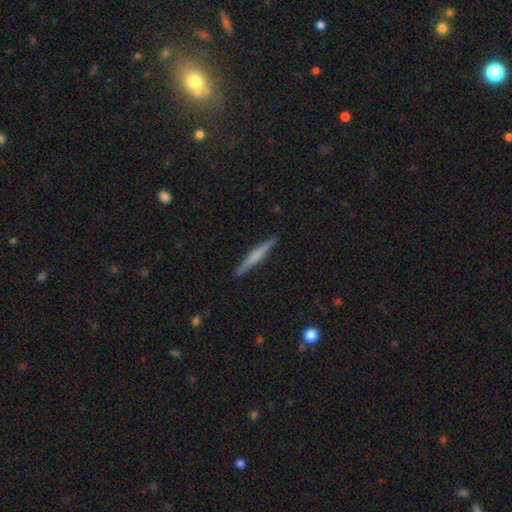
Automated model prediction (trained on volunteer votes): A featured or disk galaxy (51%) viewed edge-on (98%) with no central bulge (46%).

Vote fractions:
- Smooth or featured? featured or disk: 51% / smooth: 43% / star or artifact: 6%
- Edge-on disk? yes: 98% / no: 2%
- Edge-on bulge? none: 46% / rounded: 36% / boxy: 18%
- Merging? none: 91% / minor disturbance: 6% / major disturbance: 1% / merger: 1%